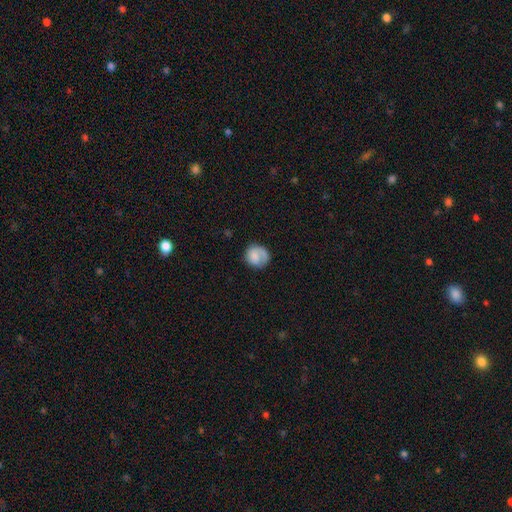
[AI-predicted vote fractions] A smooth galaxy with no disk features (69%) that is round (76%).

Vote fractions:
- Smooth or featured? smooth: 69% / featured or disk: 24% / star or artifact: 7%
- How rounded? round: 76% / in between: 23% / cigar-shaped: 1%
- Merging? none: 63% / minor disturbance: 21% / major disturbance: 14% / merger: 2%